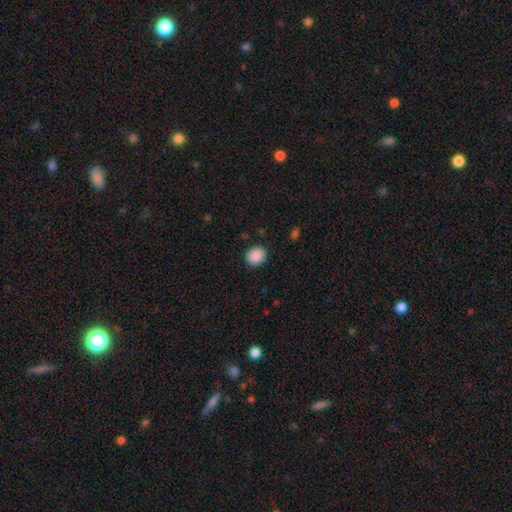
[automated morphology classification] This appears to be a smooth galaxy with no disk features (89%) that is round (69%). Merging: none (88%).